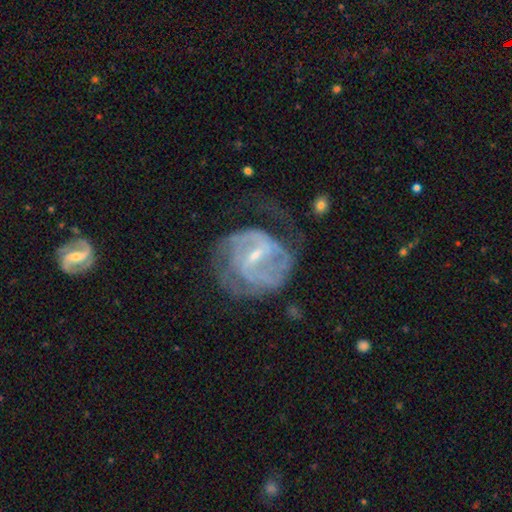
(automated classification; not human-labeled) featured or disk 84%, smooth 10%, star or artifact 6%. Down the decision tree: edge-on disk — no (97%); bar — weak (50%); spiral arms — yes (90%); spiral arm count — 2 (44%); spiral winding — medium (43%); bulge size — small (69%); merging — none (45%).